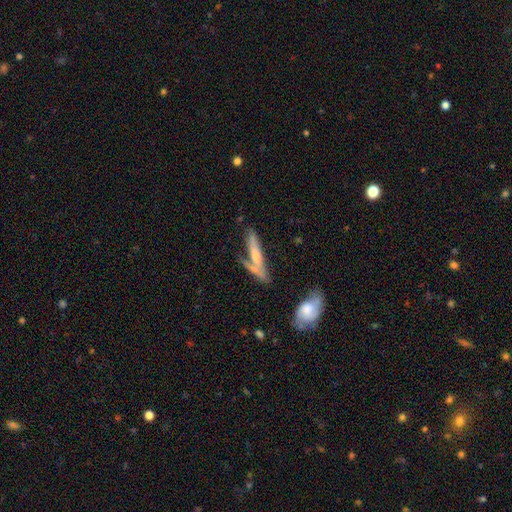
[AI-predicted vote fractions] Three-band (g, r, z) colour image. It shows a featured or disk galaxy (48%). Merging: none (44%).